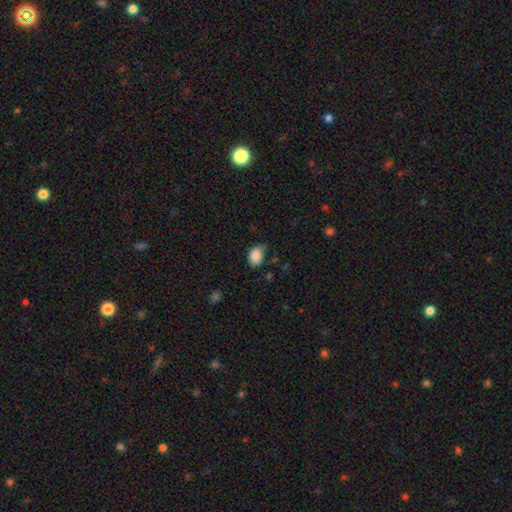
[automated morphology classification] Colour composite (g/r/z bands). It shows a smooth galaxy with no disk features (88%) that is in between round and cigar-shaped (74%). Merging: none (63%).